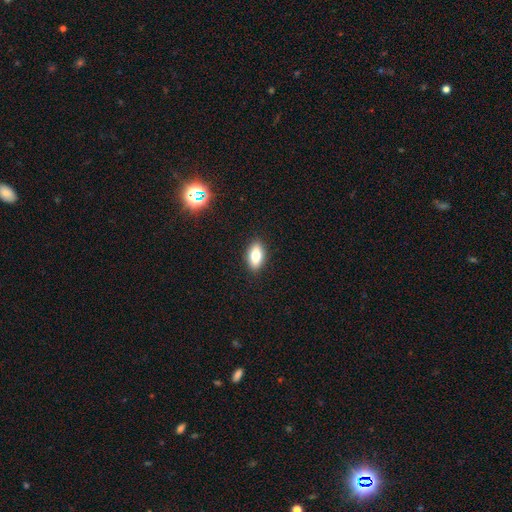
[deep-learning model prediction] This appears to be a smooth galaxy with no disk features (74%) that is in between round and cigar-shaped (87%). Merging: none (89%).